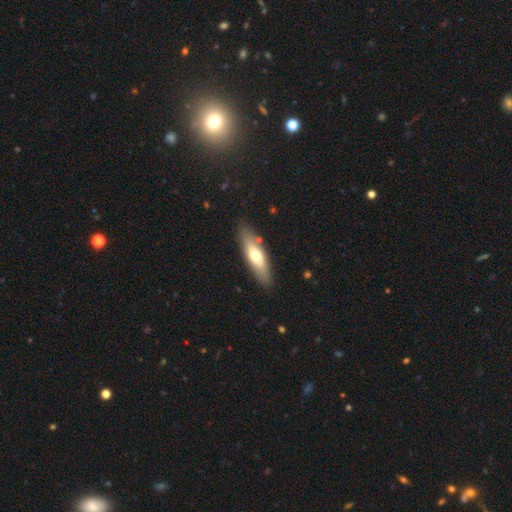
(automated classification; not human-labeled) Smooth or featured? smooth (61%)
How rounded? cigar-shaped (59%)
Merging? none (83%)